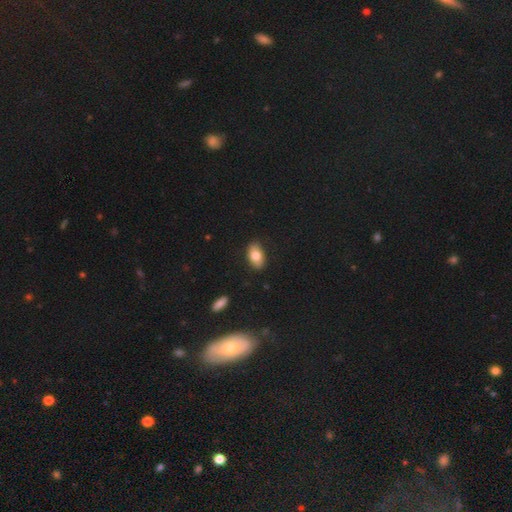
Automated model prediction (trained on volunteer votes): A smooth galaxy with no disk features (77%) that is in between round and cigar-shaped (92%). Merging: none (87%).